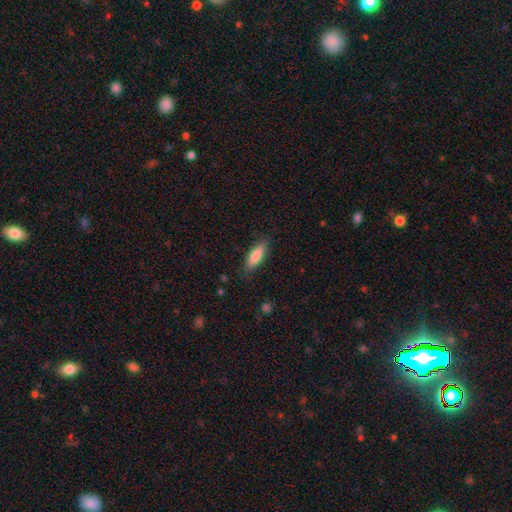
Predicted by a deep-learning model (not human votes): This appears to be a smooth galaxy with no disk features (83%) that is in between round and cigar-shaped (53%). Merging: none (84%).